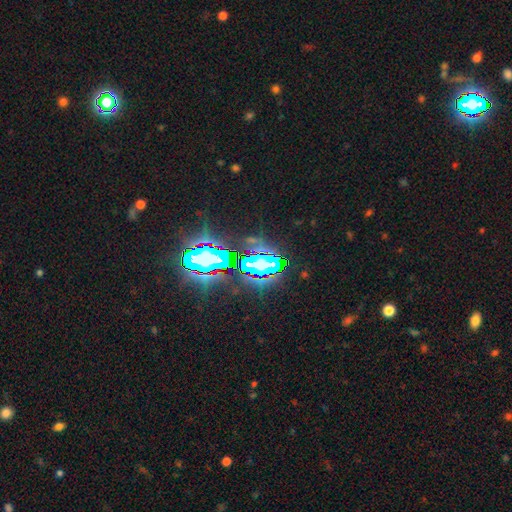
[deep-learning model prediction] Overall: star or artifact (82%).